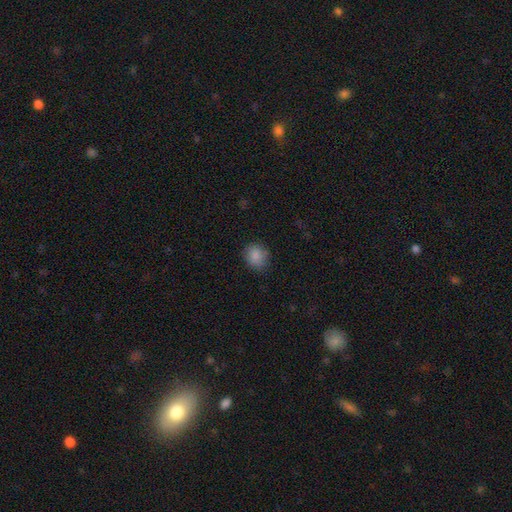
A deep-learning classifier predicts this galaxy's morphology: This appears to be a smooth galaxy with no disk features (87%) that is round (74%). Merging: none (81%).